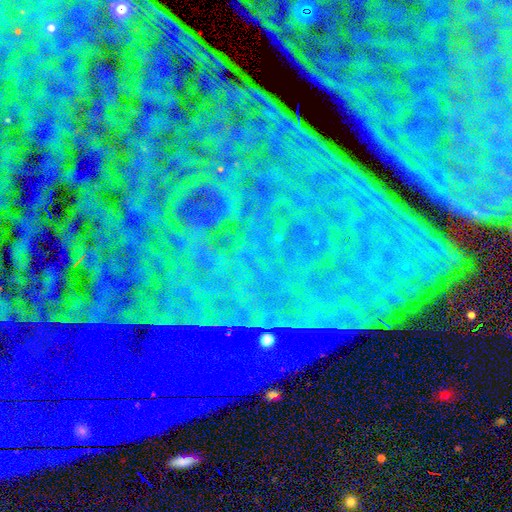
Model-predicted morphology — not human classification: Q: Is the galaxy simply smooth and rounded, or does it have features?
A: star or artifact — 87%.